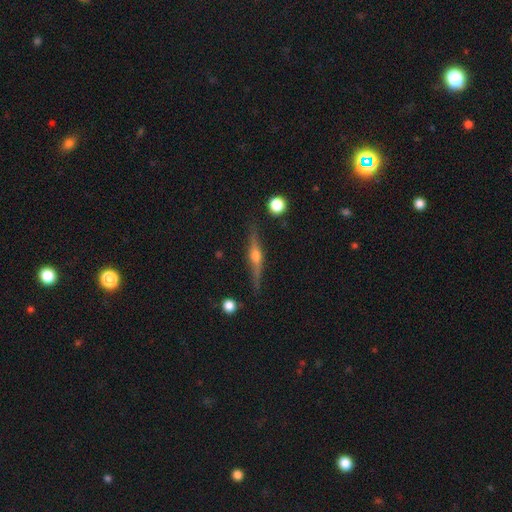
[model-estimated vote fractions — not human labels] Q: Smooth or featured?
A: featured or disk (76%); runner-up: smooth (17%)
Q: Edge-on disk?
A: yes (97%); runner-up: no (3%)
Q: Edge-on bulge?
A: rounded (93%); runner-up: boxy (4%)
Q: Merging?
A: none (86%); runner-up: minor disturbance (10%)